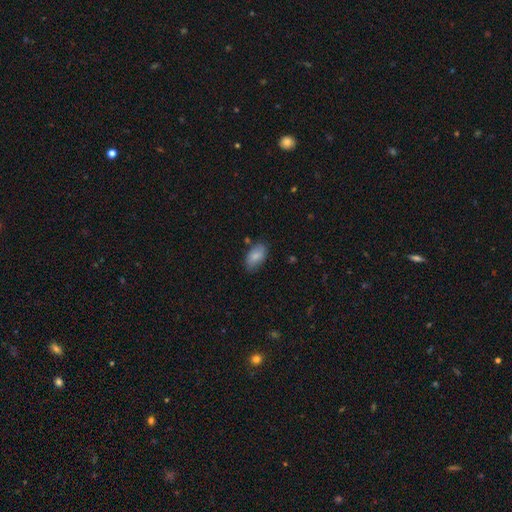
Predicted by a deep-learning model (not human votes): smooth_or_featured: smooth (p=0.81) [alt: featured or disk p=0.12]
how_rounded: in between (p=0.94) [alt: round p=0.04]
merging: none (p=0.75) [alt: minor disturbance p=0.18]